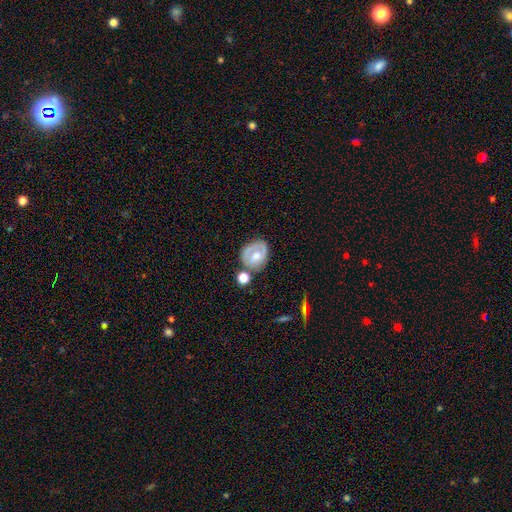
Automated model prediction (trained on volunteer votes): Overall: featured or disk (54%; smooth 39%). Edge-on disk: no (96%). Bar: no (54%; weak 35%). Spiral arms: yes (56%; no 44%). Bulge size: moderate (52%; small 32%). Merging: none (55%; minor disturbance 22%).